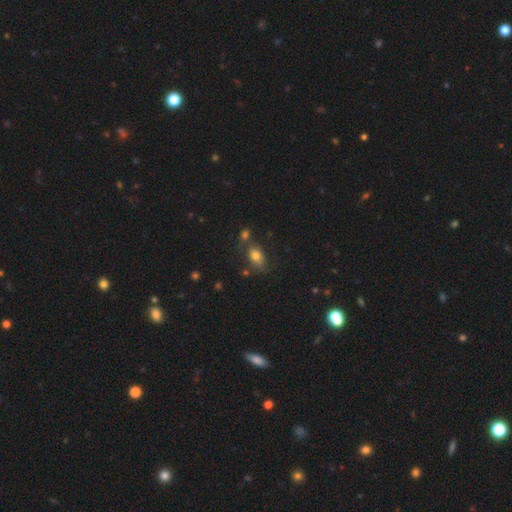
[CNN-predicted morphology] Smooth or featured: smooth — 75% (featured or disk — 14%)
How rounded: in between — 82% (round — 15%)
Merging: none — 56% (merger — 19%)